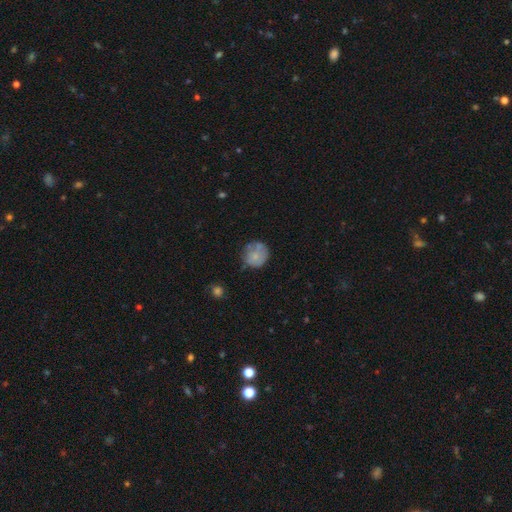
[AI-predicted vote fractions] Overall: smooth (67%). How rounded: round (87%). Merging: none (59%; minor disturbance 24%).